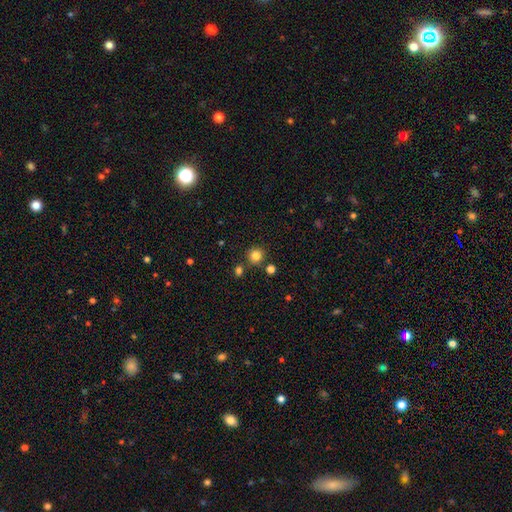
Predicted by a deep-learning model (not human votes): The model was most divided on "smooth or featured": smooth: 82%, star or artifact: 13%, featured or disk: 5%. More confident: how rounded — round (94%); merging — none (83%).